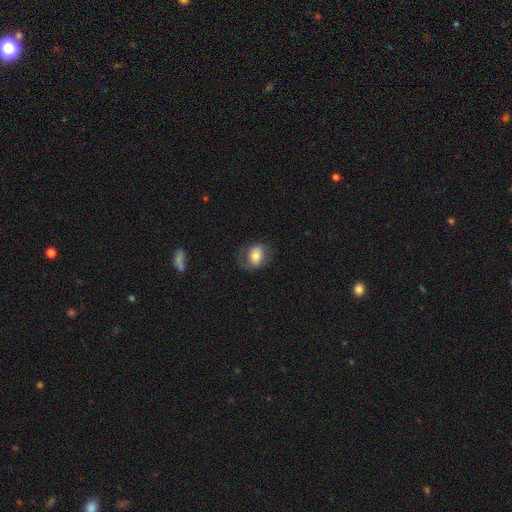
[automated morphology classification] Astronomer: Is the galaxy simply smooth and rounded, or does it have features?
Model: smooth — 61%.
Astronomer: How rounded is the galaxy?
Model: in between — 54% (runner-up: round, 45%).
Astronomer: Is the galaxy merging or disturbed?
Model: none — 60%.